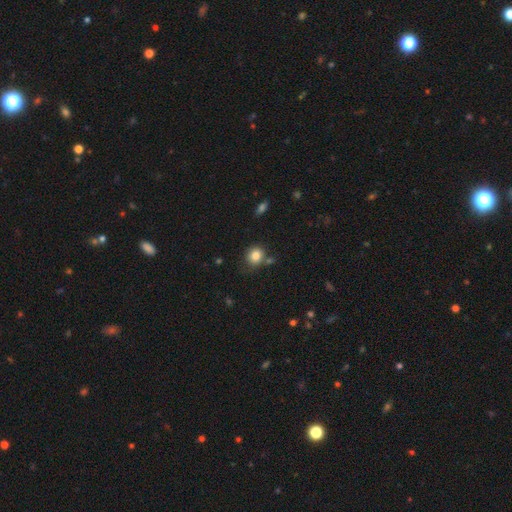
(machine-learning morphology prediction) This is clearly a smooth galaxy (83%). How rounded: likely round (78%). Merging: likely none (73%).